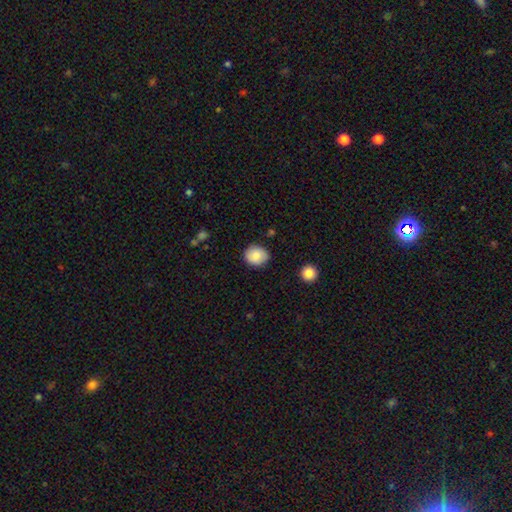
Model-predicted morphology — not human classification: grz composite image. It shows a smooth galaxy with no disk features (84%) that is round (74%). Merging: none (84%).